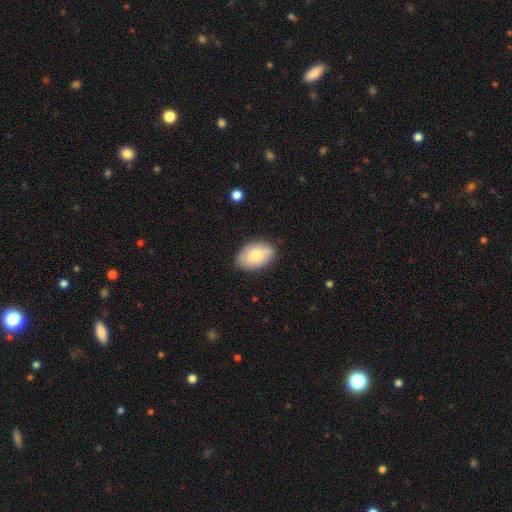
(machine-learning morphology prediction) Smooth or featured: smooth — 76% (featured or disk — 17%)
How rounded: in between — 88% (round — 10%)
Merging: none — 81% (minor disturbance — 15%)